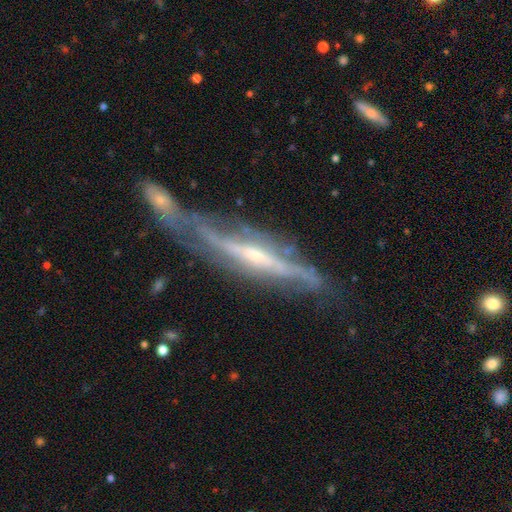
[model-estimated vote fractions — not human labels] Smooth or featured?
  - featured or disk: 81% *
  - smooth: 13%
  - star or artifact: 6%
Edge-on disk?
  - yes: 68% *
  - no: 32%
Edge-on bulge?
  - rounded: 54% *
  - none: 36%
  - boxy: 9%
Merging?
  - none: 49% *
  - minor disturbance: 23%
  - merger: 15%
  - major disturbance: 14%